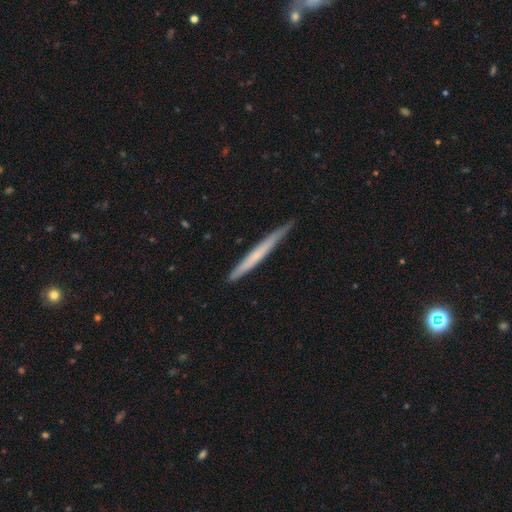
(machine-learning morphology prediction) This is possibly a smooth galaxy (49%). Merging: clearly none (88%).